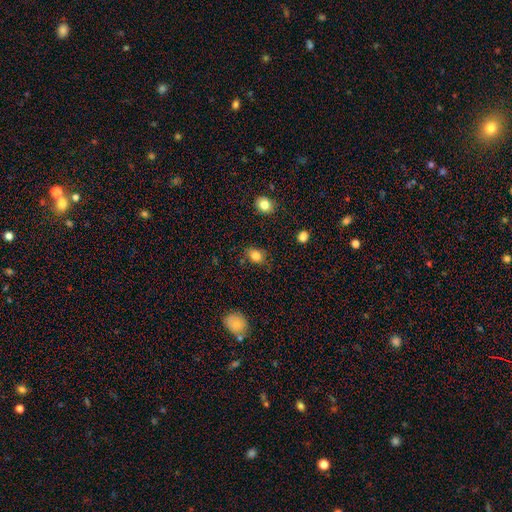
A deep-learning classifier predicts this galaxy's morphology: The model was most divided on "how rounded": in between: 65%, round: 34%, cigar-shaped: 1%. More confident: smooth or featured — smooth (84%); merging — none (74%).